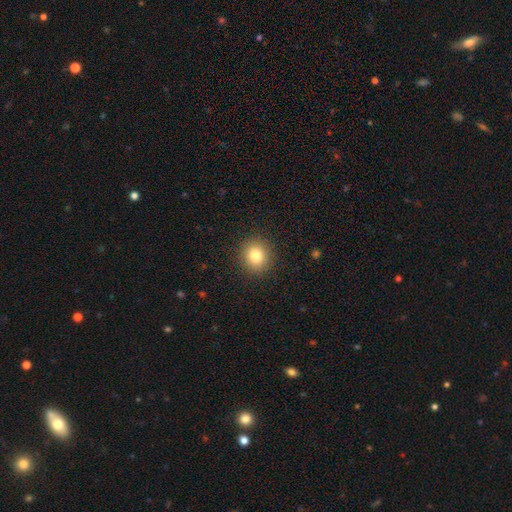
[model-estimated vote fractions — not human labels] This appears to be a smooth galaxy with no disk features (82%) that is round (85%). Merging: none (91%).